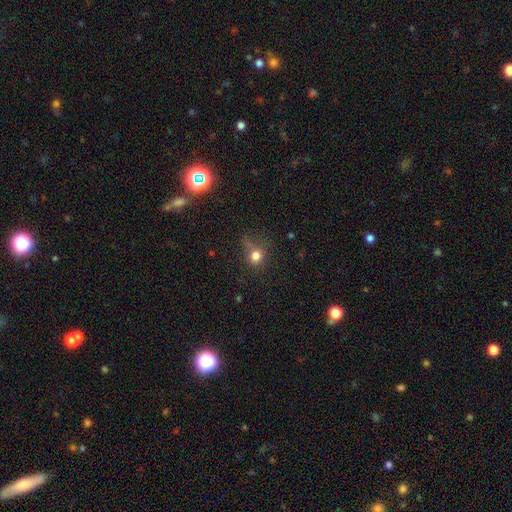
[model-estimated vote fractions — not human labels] smooth-or-featured: smooth: 76% | star or artifact: 15% | featured or disk: 8%
  how-rounded: round: 81% | in between: 17% | cigar-shaped: 1%
  merging: none: 56% | minor disturbance: 23% | major disturbance: 15% | merger: 6%